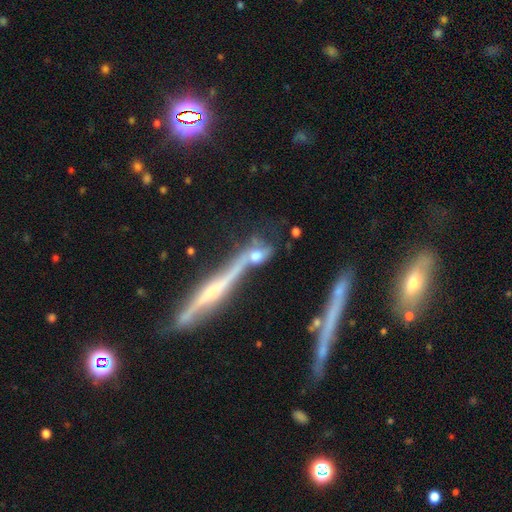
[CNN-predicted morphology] A smooth galaxy with no disk features (49%). Merging: merger (38%).